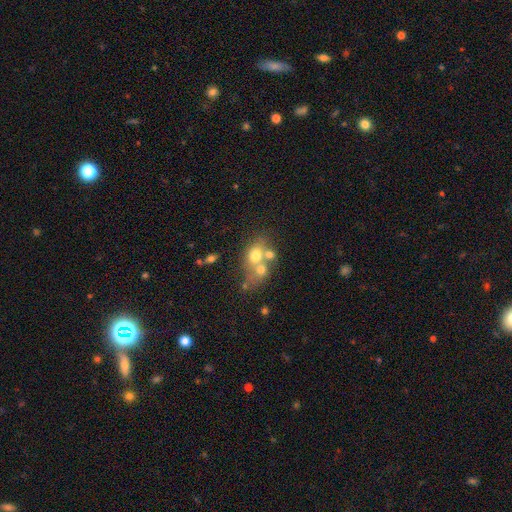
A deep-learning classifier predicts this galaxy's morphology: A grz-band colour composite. It shows a smooth galaxy with no disk features (62%) that is in between round and cigar-shaped (52%). Merging: merger (58%).